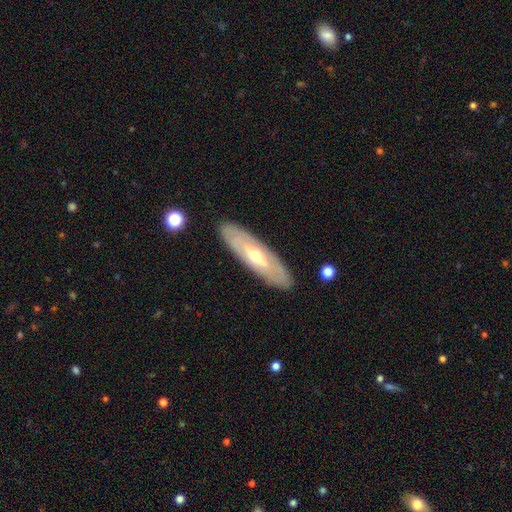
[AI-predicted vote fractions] Smooth or featured: featured or disk — 66% (smooth — 29%)
Edge-on disk: no — 67% (yes — 33%)
Merging: none — 88% (minor disturbance — 9%)